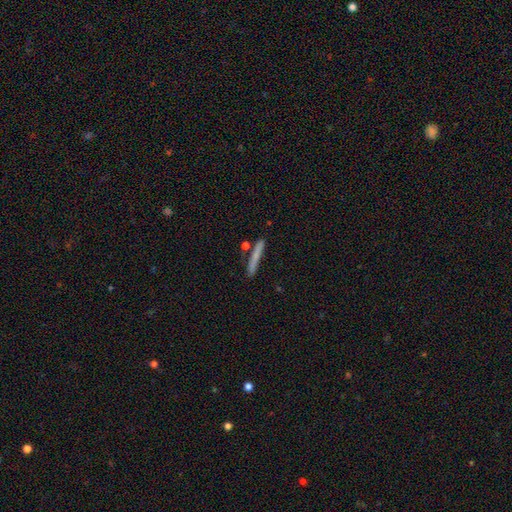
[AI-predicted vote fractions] smooth 69%, featured or disk 24%, star or artifact 7%. Down the decision tree: how rounded — cigar-shaped (96%); merging — none (83%).